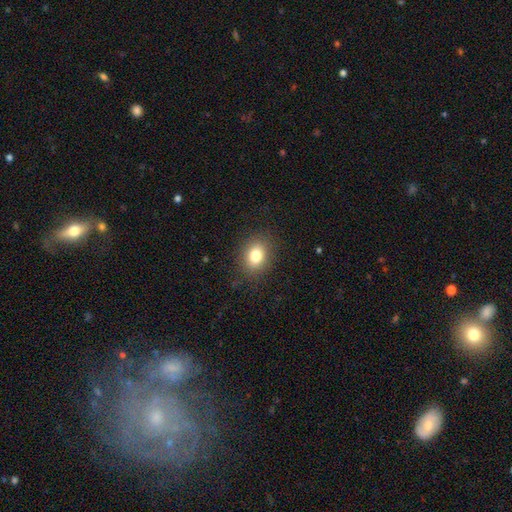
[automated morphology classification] This is clearly a smooth galaxy (80%). How rounded: possibly in between (54%). Merging: clearly none (87%).